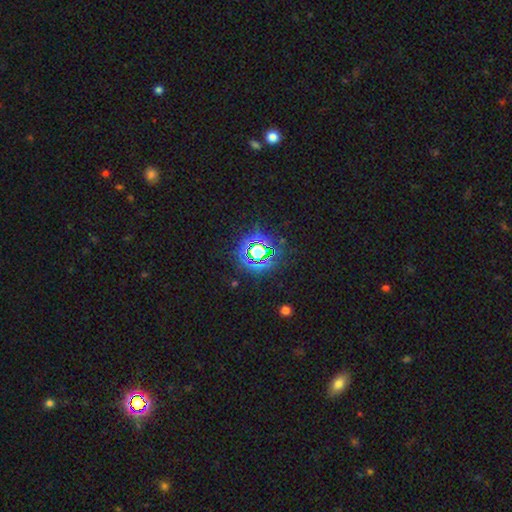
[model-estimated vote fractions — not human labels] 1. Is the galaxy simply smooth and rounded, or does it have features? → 73% star or artifact, 17% smooth, 10% featured or disk.